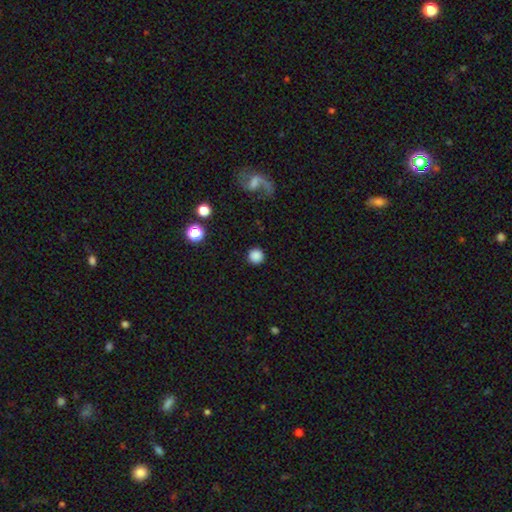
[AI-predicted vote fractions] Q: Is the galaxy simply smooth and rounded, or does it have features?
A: smooth — 84%.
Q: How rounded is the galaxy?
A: round — 95%.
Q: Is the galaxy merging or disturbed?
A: none — 90%.